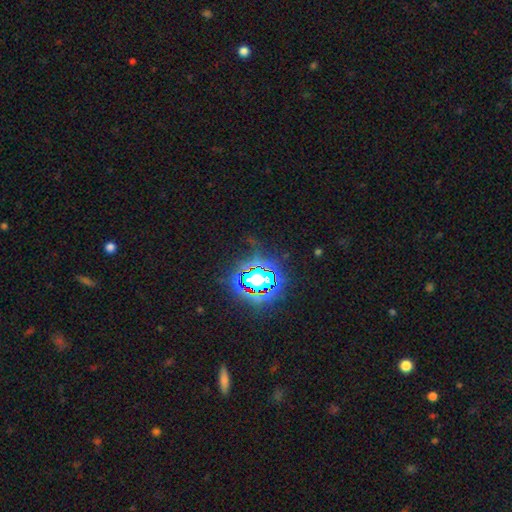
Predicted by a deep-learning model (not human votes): Q: Smooth or featured?
A: star or artifact (78%); runner-up: smooth (13%)